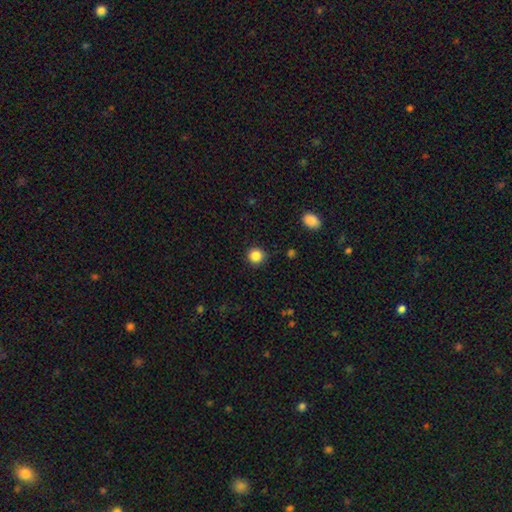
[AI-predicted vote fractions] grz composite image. It shows a smooth galaxy with no disk features (86%) that is round (94%). Merging: none (90%).